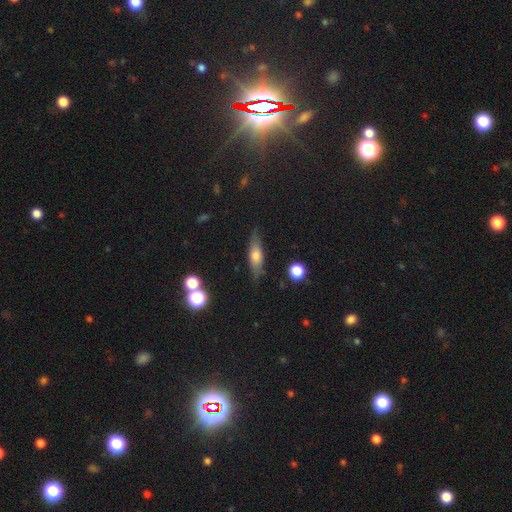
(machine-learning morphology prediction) This is possibly a smooth galaxy (54%). How rounded: possibly cigar-shaped (54%). Merging: likely none (79%).